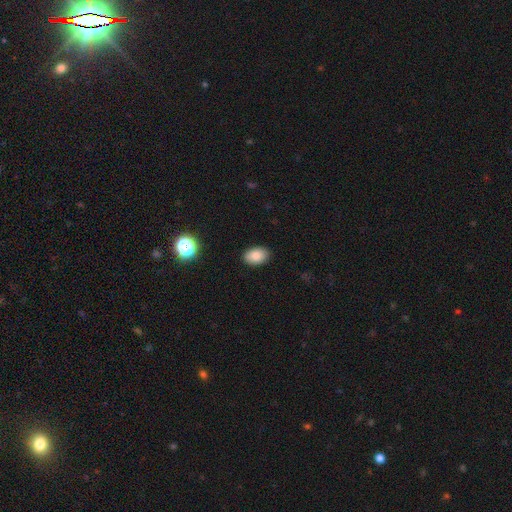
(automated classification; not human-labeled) Overall: smooth (86%). How rounded: in between (87%). Merging: none (89%).